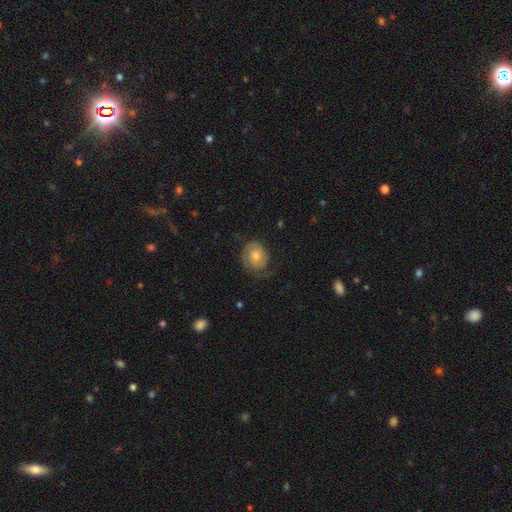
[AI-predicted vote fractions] This is likely a featured or disk galaxy (63%). It is clearly not viewed edge-on (98%). Bar: likely no (75%). Spiral arm pattern: clearly yes (90%). Spiral arm count: possibly 2 (56%). Spiral winding: possibly tight (56%). Central bulge: possibly moderate (54%). Merging: likely none (67%).